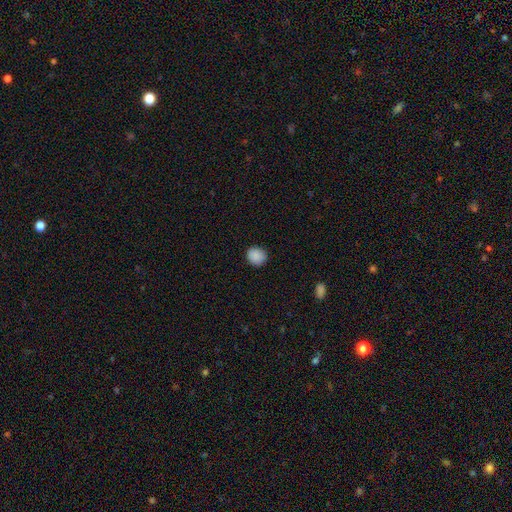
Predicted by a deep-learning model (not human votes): Q: Smooth or featured?
A: smooth (89%); runner-up: star or artifact (8%)
Q: How rounded?
A: round (88%); runner-up: in between (11%)
Q: Merging?
A: none (89%); runner-up: minor disturbance (8%)